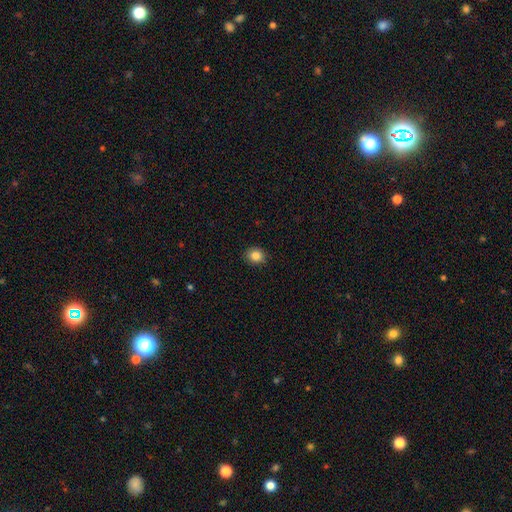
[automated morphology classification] This is clearly a smooth galaxy (85%). How rounded: likely round (72%). Merging: clearly none (89%).